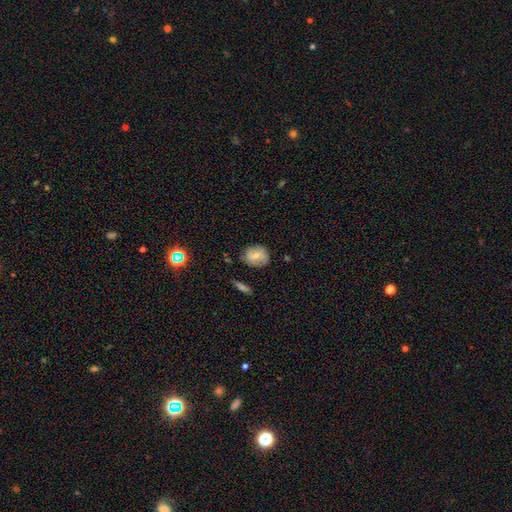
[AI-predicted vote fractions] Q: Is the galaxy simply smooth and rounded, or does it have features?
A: smooth — 63%.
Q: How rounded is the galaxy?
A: round — 67%.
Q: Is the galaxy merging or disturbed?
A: none — 71%.